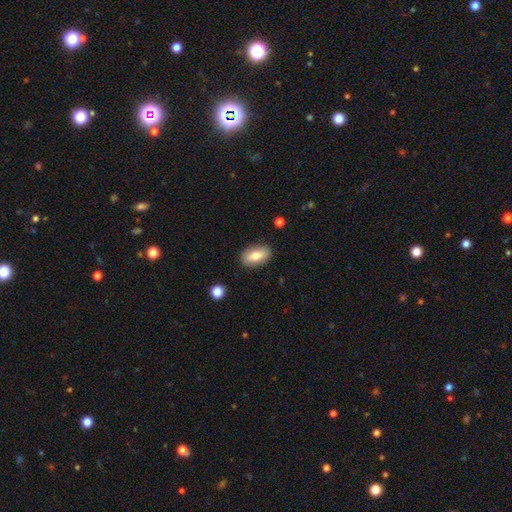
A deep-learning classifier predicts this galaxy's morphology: Smooth or featured: smooth — 79% (featured or disk — 14%)
How rounded: in between — 90% (cigar-shaped — 6%)
Merging: none — 86% (minor disturbance — 10%)